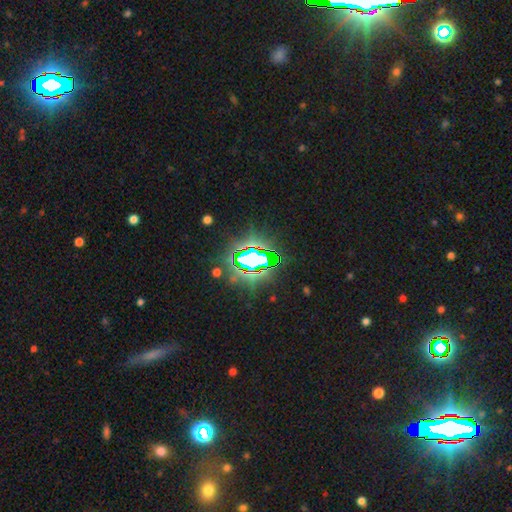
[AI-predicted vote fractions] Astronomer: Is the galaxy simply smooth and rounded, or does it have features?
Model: star or artifact — 76%.